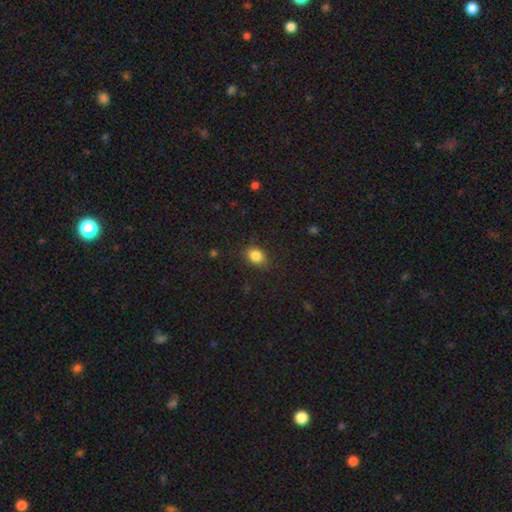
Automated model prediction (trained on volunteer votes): smooth 85%, star or artifact 10%, featured or disk 5%. Down the decision tree: how rounded — in between (63%); merging — none (82%).